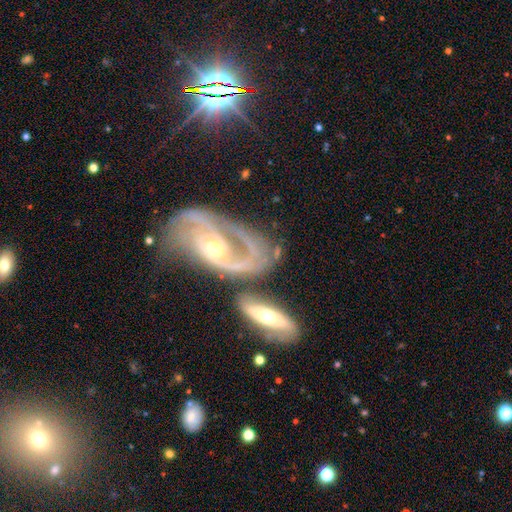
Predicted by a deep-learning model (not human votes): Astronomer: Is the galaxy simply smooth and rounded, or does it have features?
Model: featured or disk — 84%.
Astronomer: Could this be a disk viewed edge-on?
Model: no — 95%.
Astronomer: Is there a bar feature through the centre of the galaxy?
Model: no — 60%.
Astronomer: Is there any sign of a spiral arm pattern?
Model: yes — 93%.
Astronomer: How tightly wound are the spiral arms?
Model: medium — 46% (runner-up: loose, 28%).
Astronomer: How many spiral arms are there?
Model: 2 — 66%.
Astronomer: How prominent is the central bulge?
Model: small — 51% (runner-up: moderate, 43%).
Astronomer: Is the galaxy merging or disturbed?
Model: none — 32% (runner-up: merger, 25%).